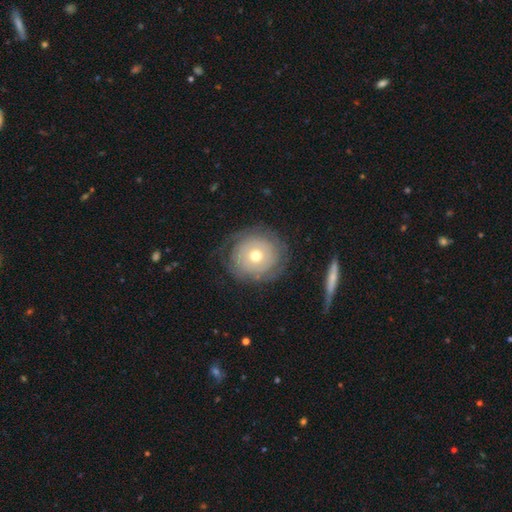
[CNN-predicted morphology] smooth_or_featured: featured or disk (p=0.59) [alt: smooth p=0.34]
disk_edge_on: no (p=0.95) [alt: yes p=0.05]
bar: no (p=0.87) [alt: weak p=0.10]
has_spiral_arms: yes (p=0.70) [alt: no p=0.30]
bulge_size: moderate (p=0.64) [alt: small p=0.30]
merging: none (p=0.74) [alt: minor disturbance p=0.15]